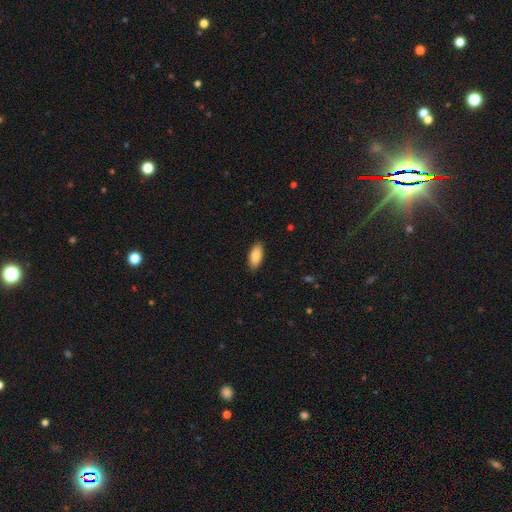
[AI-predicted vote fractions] smooth_or_featured: smooth (p=0.85) [alt: featured or disk p=0.09]
how_rounded: in between (p=0.88) [alt: cigar-shaped p=0.10]
merging: none (p=0.88) [alt: minor disturbance p=0.09]